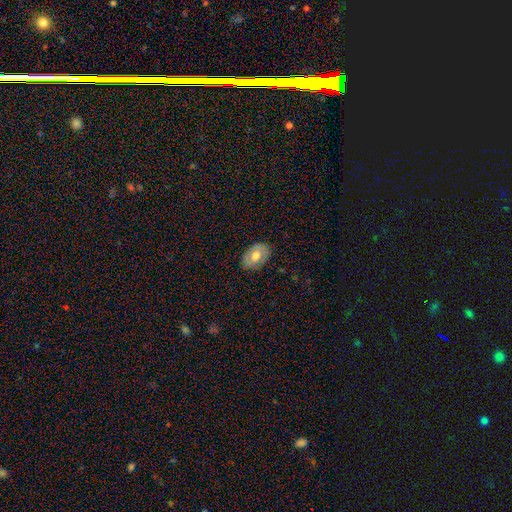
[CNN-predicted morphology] A smooth galaxy with no disk features (66%) that is in between round and cigar-shaped (87%). Merging: none (84%).